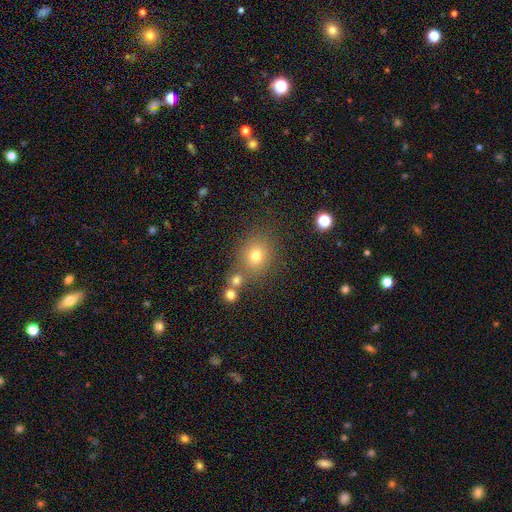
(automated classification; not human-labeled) Smooth or featured? Predicted: smooth (p=0.74). How rounded? Predicted: round (p=0.74). Merging? Predicted: none (p=0.70).